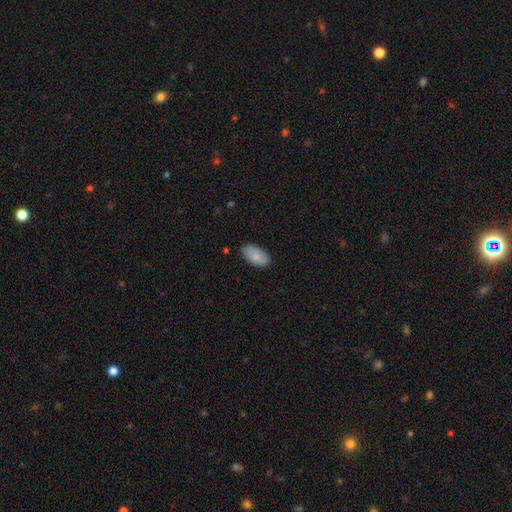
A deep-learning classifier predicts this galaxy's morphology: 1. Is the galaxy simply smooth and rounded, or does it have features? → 85% smooth, 9% featured or disk, 6% star or artifact.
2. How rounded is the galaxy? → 95% in between, 3% round, 2% cigar-shaped.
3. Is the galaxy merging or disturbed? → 83% none, 14% minor disturbance, 2% major disturbance, 1% merger.